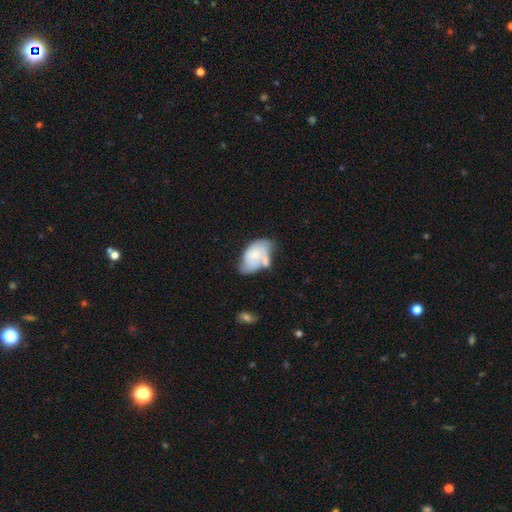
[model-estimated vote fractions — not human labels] smooth_or_featured: smooth (p=0.53) [alt: featured or disk p=0.40]
how_rounded: in between (p=0.92) [alt: round p=0.07]
merging: merger (p=0.32) [alt: minor disturbance p=0.27]